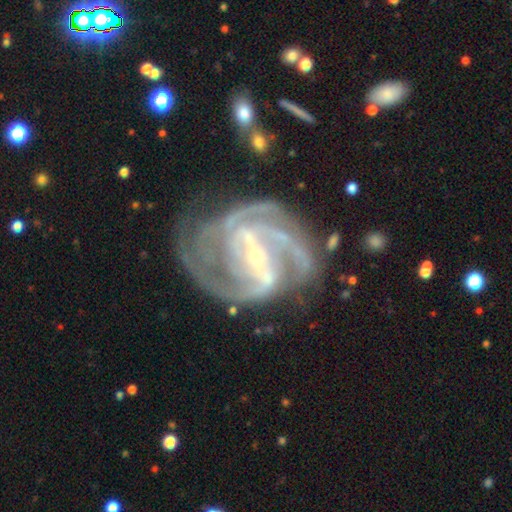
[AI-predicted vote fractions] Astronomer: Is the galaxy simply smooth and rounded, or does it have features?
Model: featured or disk — 93%.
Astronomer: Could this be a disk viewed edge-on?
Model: no — 98%.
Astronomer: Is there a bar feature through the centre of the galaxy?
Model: strong — 62%.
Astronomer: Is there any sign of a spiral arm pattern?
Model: yes — 98%.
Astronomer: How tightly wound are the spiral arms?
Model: medium — 49% (runner-up: tight, 43%).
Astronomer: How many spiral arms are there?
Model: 3 — 36% (runner-up: 2, 26%).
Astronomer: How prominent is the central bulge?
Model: small — 76%.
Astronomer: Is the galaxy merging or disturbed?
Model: none — 61%.